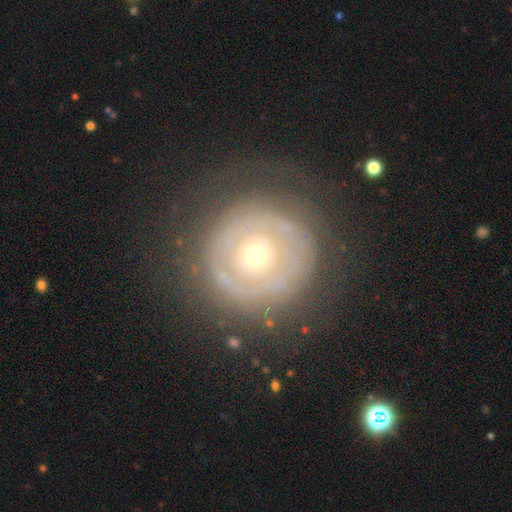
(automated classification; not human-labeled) smooth-or-featured: featured or disk: 71% | smooth: 23% | star or artifact: 6%
  disk-edge-on: no: 96% | yes: 4%
    bar: no: 88% | weak: 9% | strong: 3%
    has-spiral-arms: no: 54% | yes: 46%
    bulge-size: small: 66% | moderate: 30% | large: 2% | dominant: 1% | none: 1%
  merging: none: 74% | minor disturbance: 15% | major disturbance: 10% | merger: 2%